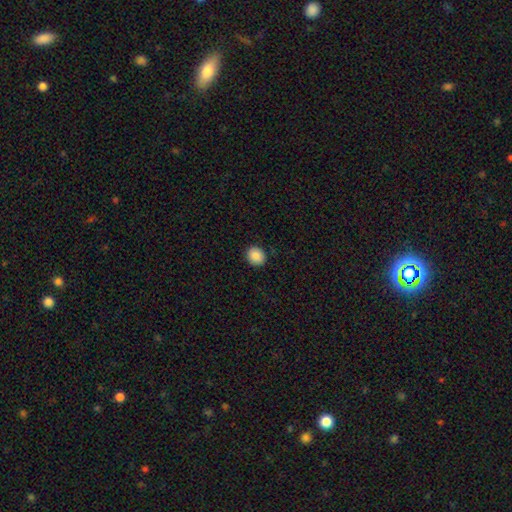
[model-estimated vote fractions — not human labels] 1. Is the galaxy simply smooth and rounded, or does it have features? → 88% smooth, 9% star or artifact, 4% featured or disk.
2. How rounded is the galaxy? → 70% round, 30% in between, 1% cigar-shaped.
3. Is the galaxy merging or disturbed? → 90% none, 7% minor disturbance, 2% major disturbance, 1% merger.